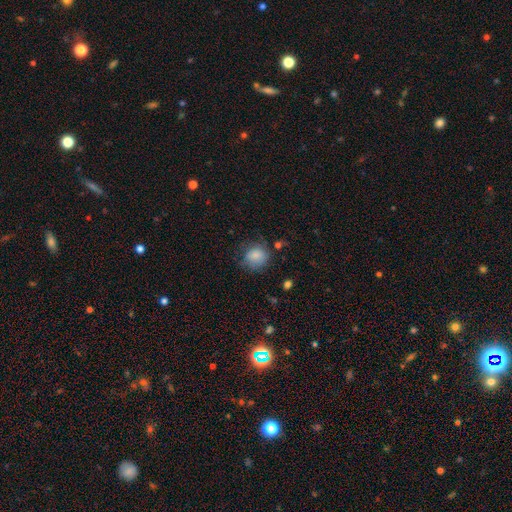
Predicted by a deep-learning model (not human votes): Smooth or featured: smooth — 82% (featured or disk — 10%)
How rounded: round — 76% (in between — 23%)
Merging: none — 61% (minor disturbance — 25%)